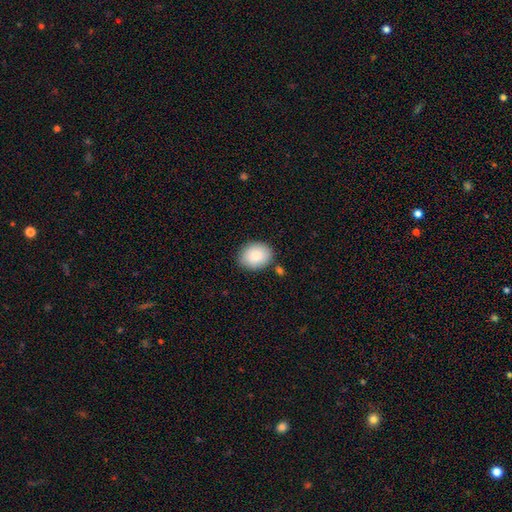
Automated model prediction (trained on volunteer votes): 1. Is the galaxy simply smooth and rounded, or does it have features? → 87% smooth, 7% star or artifact, 7% featured or disk.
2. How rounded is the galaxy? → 55% in between, 44% round, 1% cigar-shaped.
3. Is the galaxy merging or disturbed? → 83% none, 11% minor disturbance, 4% merger, 3% major disturbance.